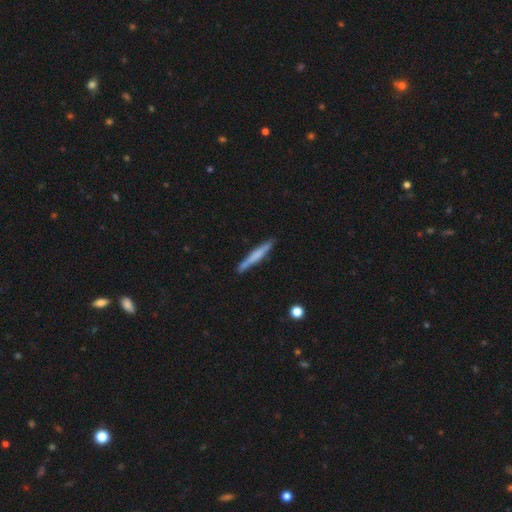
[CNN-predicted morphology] Smooth or featured: smooth — 58% (featured or disk — 36%)
How rounded: cigar-shaped — 96% (in between — 3%)
Merging: none — 86% (minor disturbance — 10%)